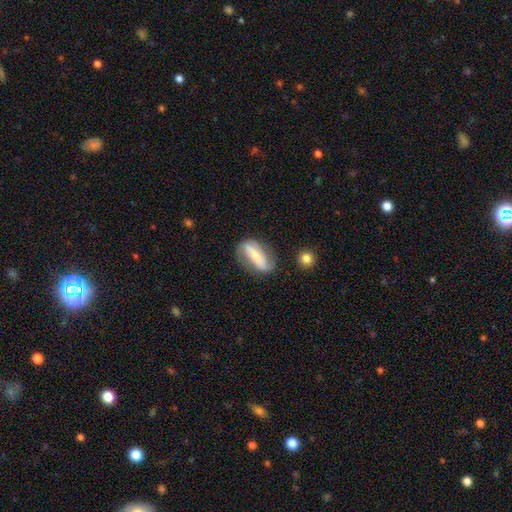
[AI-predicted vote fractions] A featured or disk galaxy (63%) with a strong bar (63%), spiral arms (76%) and a small central bulge (53%). Merging: none (69%).